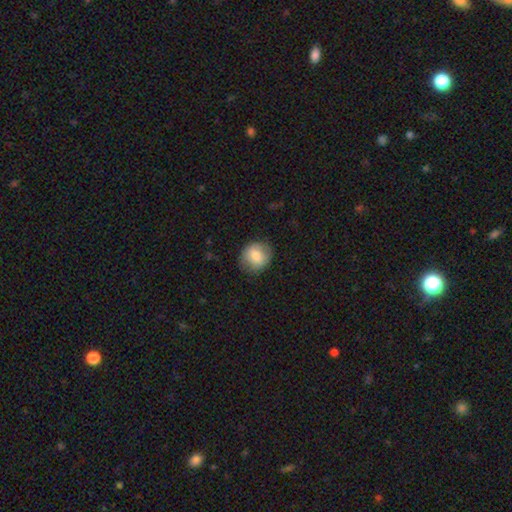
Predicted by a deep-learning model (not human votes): smooth-or-featured: smooth: 75% | featured or disk: 17% | star or artifact: 8%
  how-rounded: round: 83% | in between: 16% | cigar-shaped: 1%
  merging: none: 81% | minor disturbance: 14% | major disturbance: 4% | merger: 1%